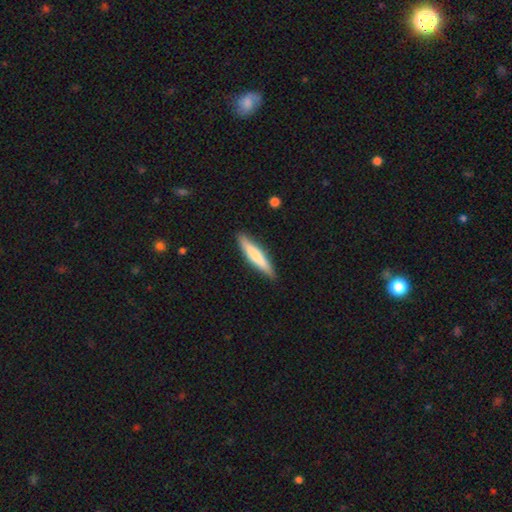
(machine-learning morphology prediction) This is likely a smooth galaxy (66%). How rounded: clearly cigar-shaped (88%). Merging: clearly none (90%).